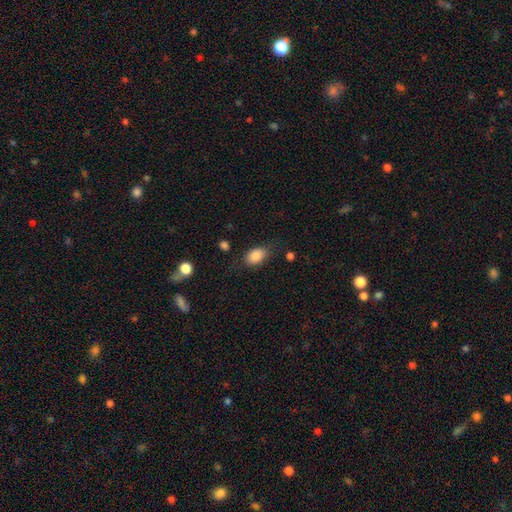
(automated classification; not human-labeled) smooth_or_featured: smooth (p=0.85) [alt: star or artifact p=0.08]
how_rounded: in between (p=0.85) [alt: round p=0.13]
merging: none (p=0.70) [alt: minor disturbance p=0.20]